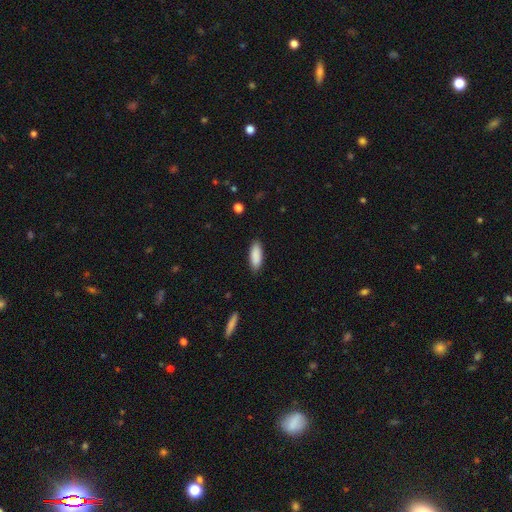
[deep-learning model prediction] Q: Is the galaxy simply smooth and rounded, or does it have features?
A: smooth — 90%.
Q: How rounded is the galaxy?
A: in between — 66%.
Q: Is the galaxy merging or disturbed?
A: none — 88%.